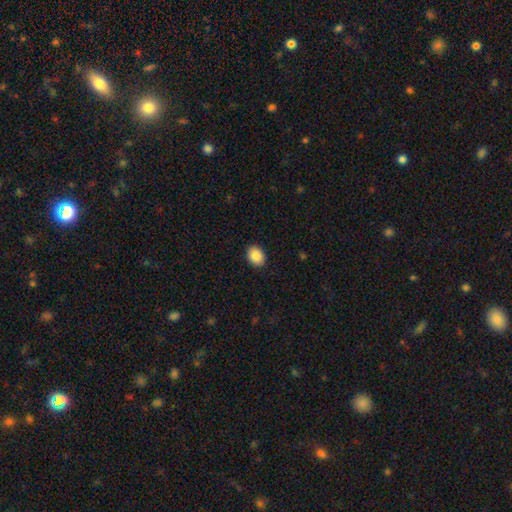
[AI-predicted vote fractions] Morphology: type=smooth (86%); roundness=in between (59%); merging=none (90%).